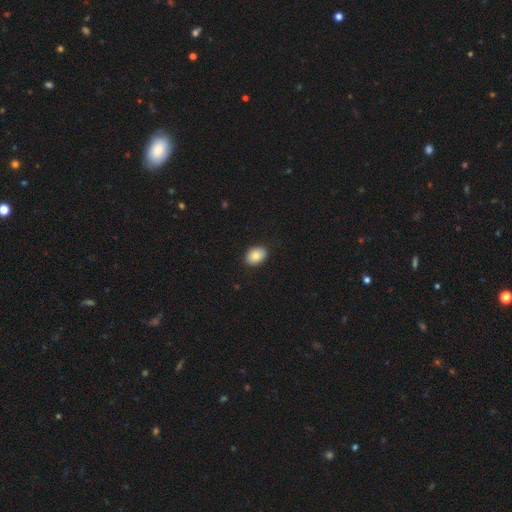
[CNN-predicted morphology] The model was most divided on "how rounded": in between: 75%, round: 24%, cigar-shaped: 1%. More confident: merging — none (89%); smooth or featured — smooth (85%).